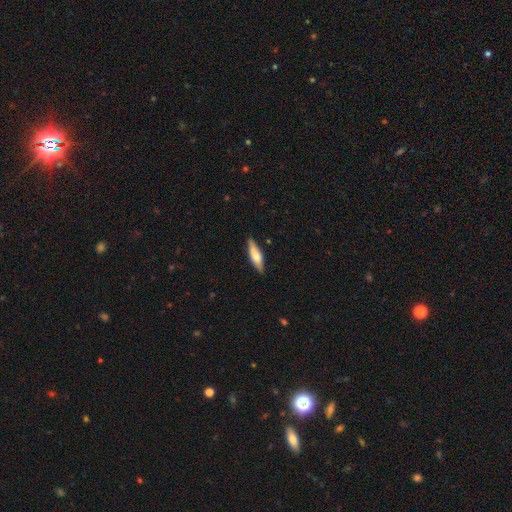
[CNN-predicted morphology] The model was most divided on "smooth or featured": smooth: 60%, featured or disk: 34%, star or artifact: 6%. More confident: merging — none (84%); how rounded — cigar-shaped (64%).